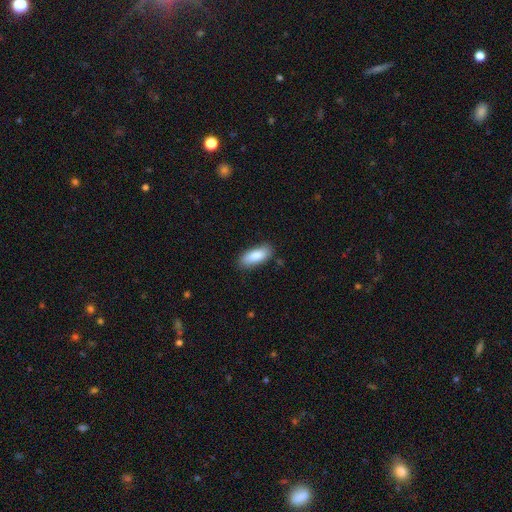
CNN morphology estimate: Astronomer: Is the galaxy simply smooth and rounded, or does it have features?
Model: smooth — 85%.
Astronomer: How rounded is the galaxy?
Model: in between — 81%.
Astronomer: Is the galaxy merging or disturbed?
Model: none — 84%.